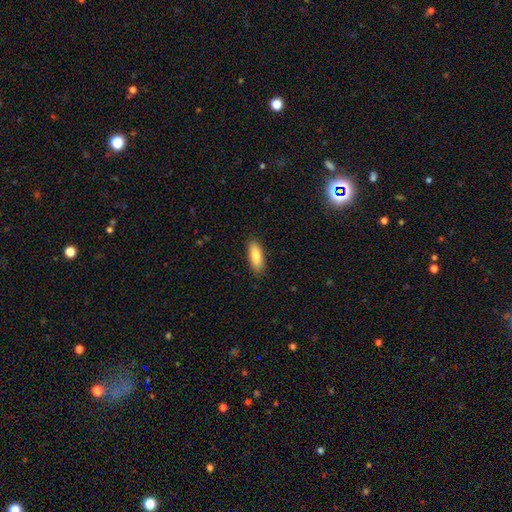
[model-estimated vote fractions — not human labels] Q: Smooth or featured?
A: smooth (84%); runner-up: featured or disk (9%)
Q: How rounded?
A: in between (70%); runner-up: cigar-shaped (28%)
Q: Merging?
A: none (87%); runner-up: minor disturbance (10%)